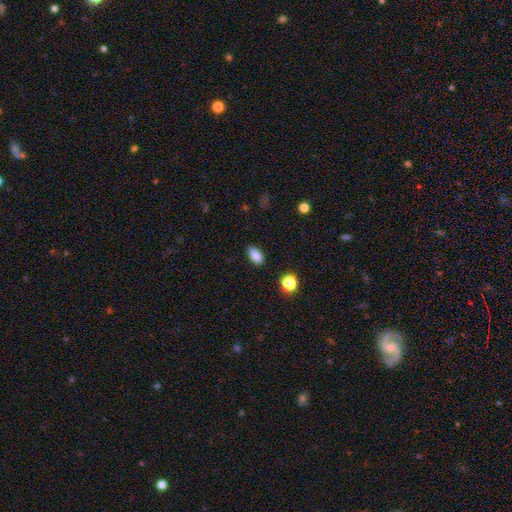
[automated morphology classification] smooth 86%, star or artifact 9%, featured or disk 4%. Down the decision tree: how rounded — in between (90%); merging — none (87%).